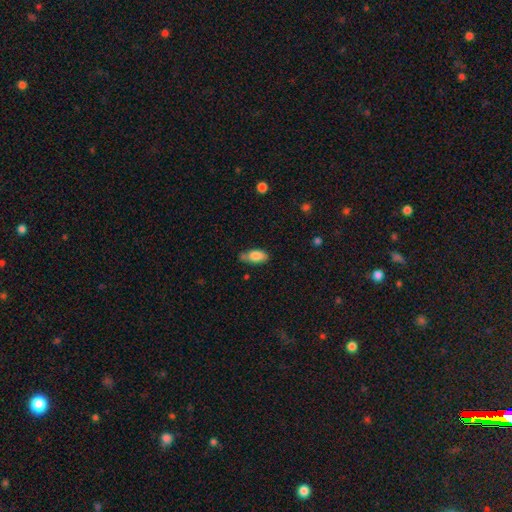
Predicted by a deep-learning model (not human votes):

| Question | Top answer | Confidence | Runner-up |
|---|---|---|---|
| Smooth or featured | smooth | 83% | featured or disk (10%) |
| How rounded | in between | 88% | cigar-shaped (8%) |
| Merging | none | 57% | minor disturbance (28%) |